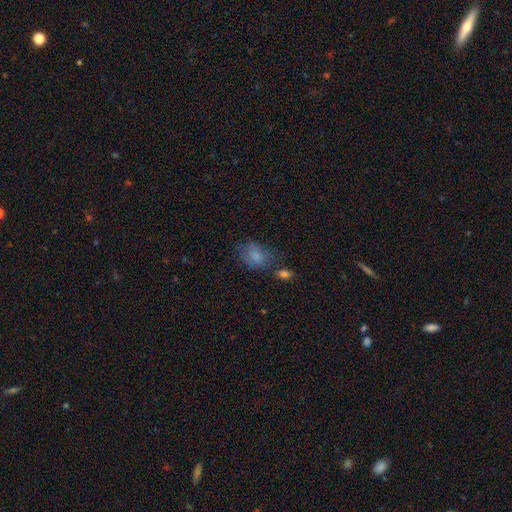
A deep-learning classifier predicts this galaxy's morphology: This appears to be a smooth galaxy with no disk features (75%) that is in between round and cigar-shaped (67%). Merging: none (47%).